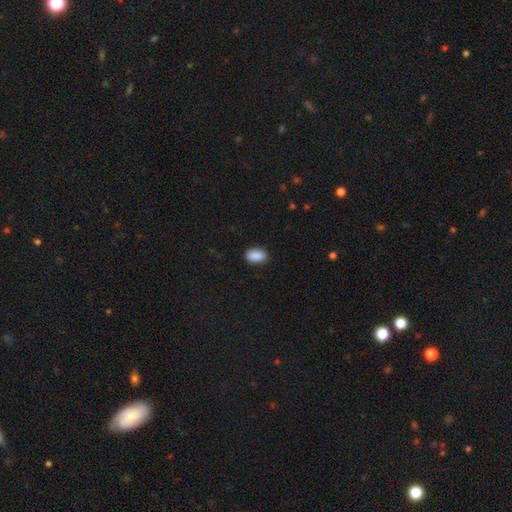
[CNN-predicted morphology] Smooth or featured? Predicted: smooth (p=0.90). How rounded? Predicted: in between (p=0.89). Merging? Predicted: none (p=0.87).